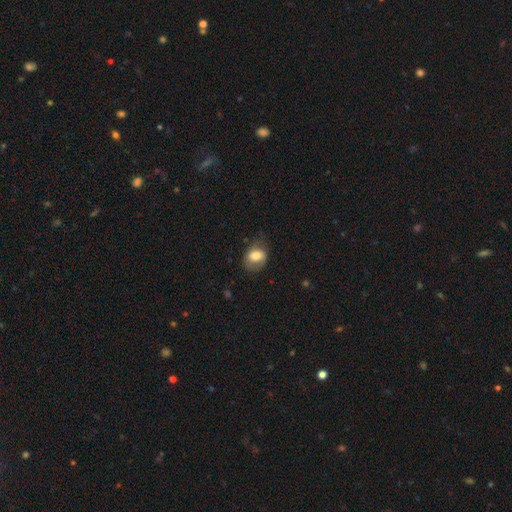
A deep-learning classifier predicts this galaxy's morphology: A smooth galaxy with no disk features (66%) that is in between round and cigar-shaped (65%).

Vote fractions:
- Smooth or featured? smooth: 66% / featured or disk: 26% / star or artifact: 8%
- How rounded? in between: 65% / round: 34% / cigar-shaped: 1%
- Merging? none: 59% / minor disturbance: 26% / major disturbance: 14% / merger: 1%